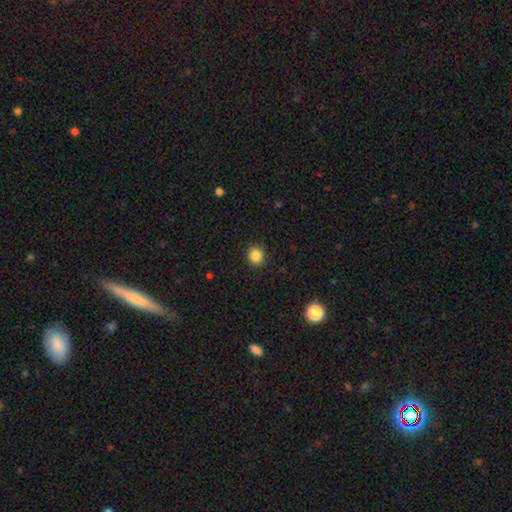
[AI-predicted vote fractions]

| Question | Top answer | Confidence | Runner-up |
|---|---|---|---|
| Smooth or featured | smooth | 86% | star or artifact (11%) |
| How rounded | round | 88% | in between (11%) |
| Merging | none | 91% | minor disturbance (6%) |